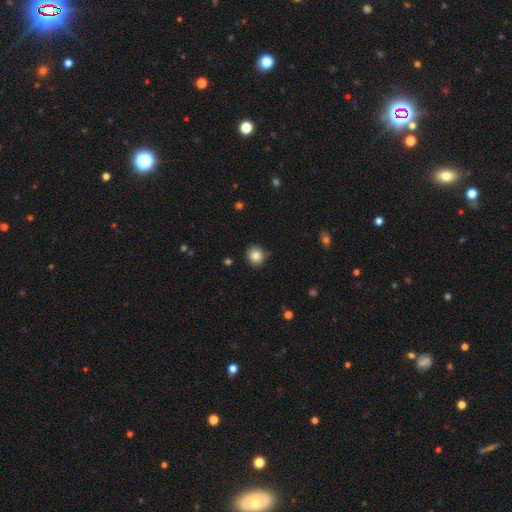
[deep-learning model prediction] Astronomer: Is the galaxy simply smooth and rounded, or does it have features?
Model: smooth — 84%.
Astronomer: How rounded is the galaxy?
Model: round — 87%.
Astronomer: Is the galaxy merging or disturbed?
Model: none — 87%.